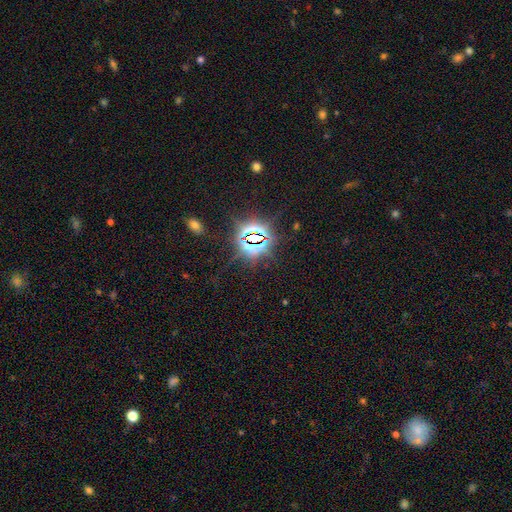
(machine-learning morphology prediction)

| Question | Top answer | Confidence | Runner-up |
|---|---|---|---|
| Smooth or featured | star or artifact | 81% | smooth (12%) |